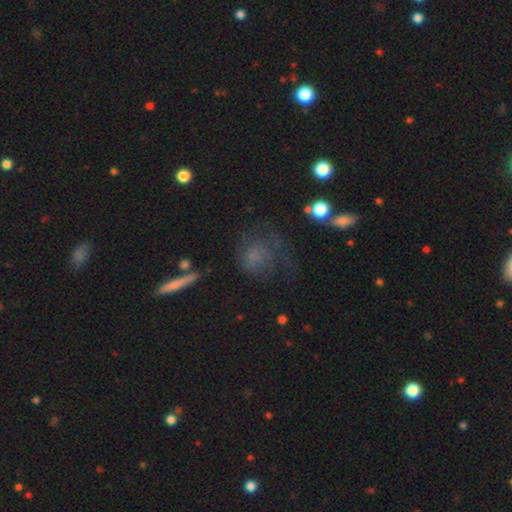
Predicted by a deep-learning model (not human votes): Q: Smooth or featured?
A: smooth (55%); runner-up: featured or disk (29%)
Q: How rounded?
A: round (72%); runner-up: in between (24%)
Q: Merging?
A: none (49%); runner-up: major disturbance (26%)